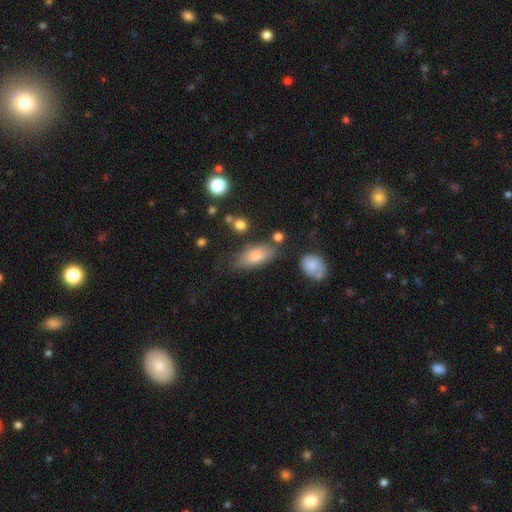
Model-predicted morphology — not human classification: The model was most divided on "merging": none: 60%, minor disturbance: 25%, major disturbance: 8%, merger: 7%. More confident: how rounded — in between (83%); smooth or featured — smooth (78%).